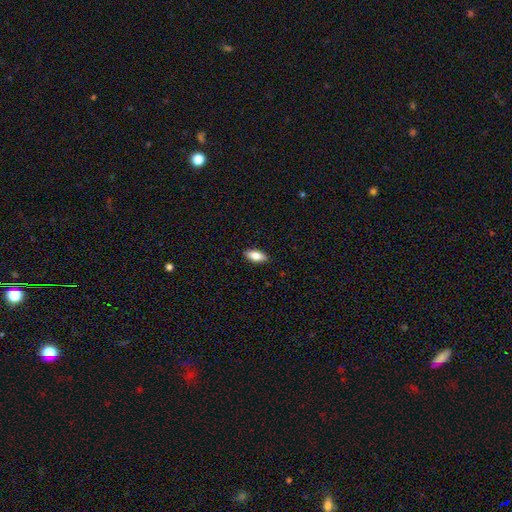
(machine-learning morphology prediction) This appears to be a smooth galaxy with no disk features (80%) that is in between round and cigar-shaped (84%). Merging: none (89%).